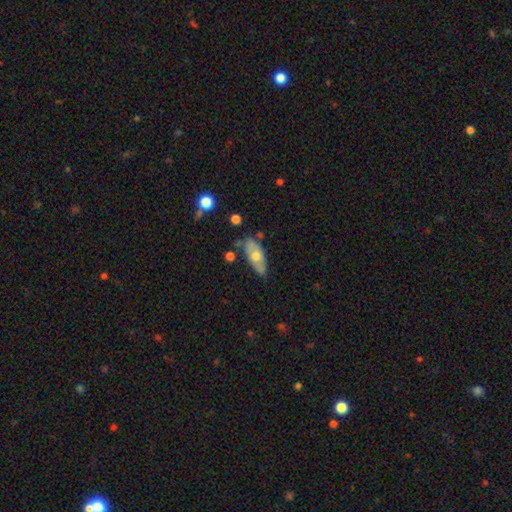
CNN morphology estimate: A smooth galaxy with no disk features (55%) that is in between round and cigar-shaped (83%).

Vote fractions:
- Smooth or featured? smooth: 55% / featured or disk: 40% / star or artifact: 6%
- How rounded? in between: 83% / cigar-shaped: 14% / round: 3%
- Merging? none: 66% / minor disturbance: 23% / merger: 6% / major disturbance: 5%